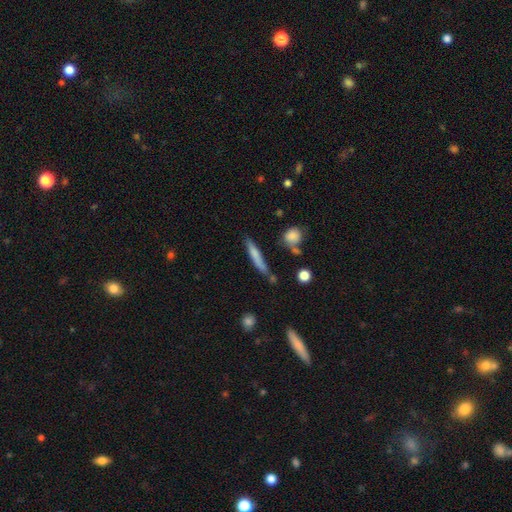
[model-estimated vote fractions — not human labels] A smooth galaxy with no disk features (67%) that is cigar-shaped (90%). Merging: none (67%).